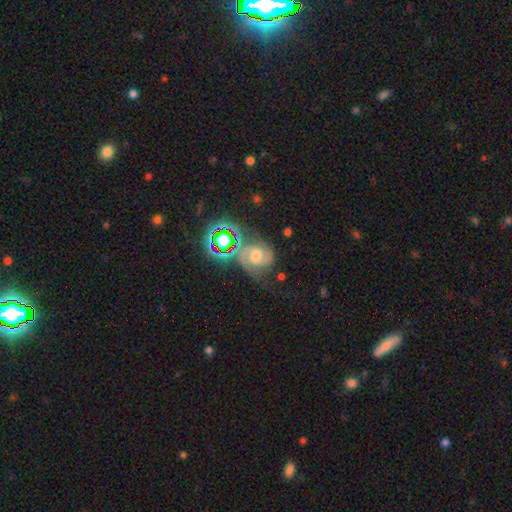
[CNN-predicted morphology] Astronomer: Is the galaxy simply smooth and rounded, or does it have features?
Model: star or artifact — 43% (runner-up: smooth, 37%).